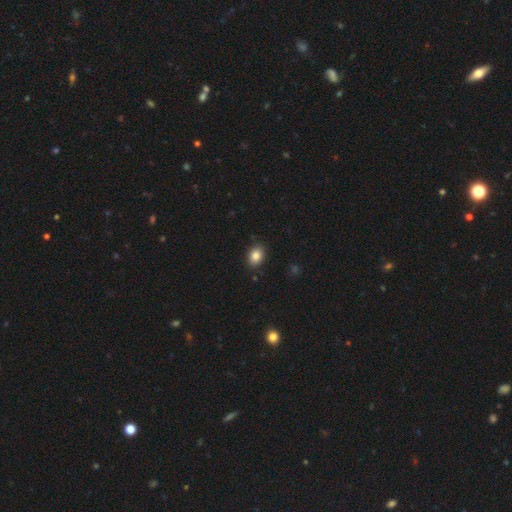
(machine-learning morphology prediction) Smooth or featured: smooth — 85% (star or artifact — 9%)
How rounded: in between — 73% (round — 26%)
Merging: none — 87% (minor disturbance — 9%)